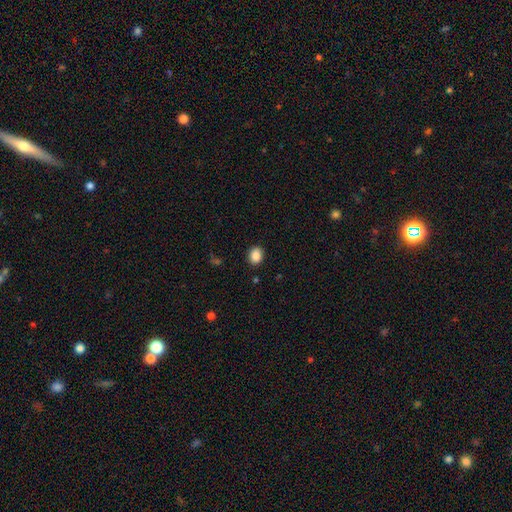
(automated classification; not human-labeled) Q: Smooth or featured?
A: smooth (88%); runner-up: star or artifact (8%)
Q: How rounded?
A: in between (53%); runner-up: round (47%)
Q: Merging?
A: none (88%); runner-up: minor disturbance (8%)